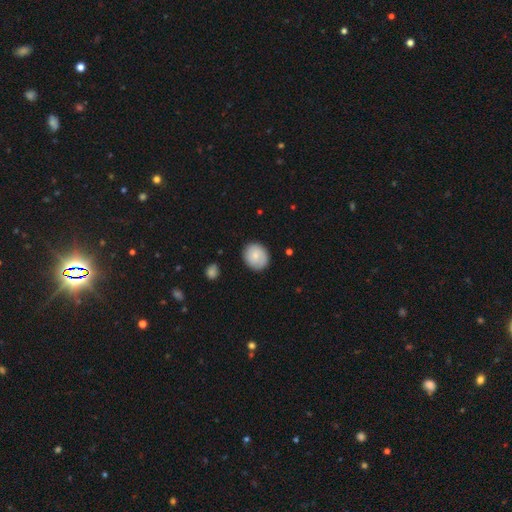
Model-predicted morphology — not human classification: The model was most divided on "smooth or featured": smooth: 73%, featured or disk: 20%, star or artifact: 7%. More confident: merging — none (84%); how rounded — round (76%).